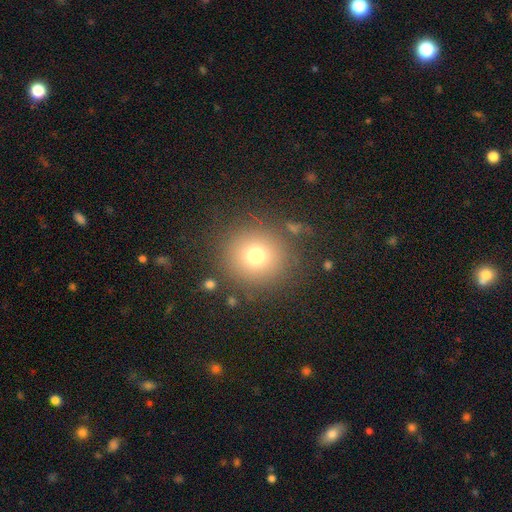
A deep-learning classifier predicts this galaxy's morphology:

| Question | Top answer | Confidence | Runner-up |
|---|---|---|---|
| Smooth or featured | smooth | 73% | star or artifact (16%) |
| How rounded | round | 93% | in between (7%) |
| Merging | none | 84% | minor disturbance (8%) |